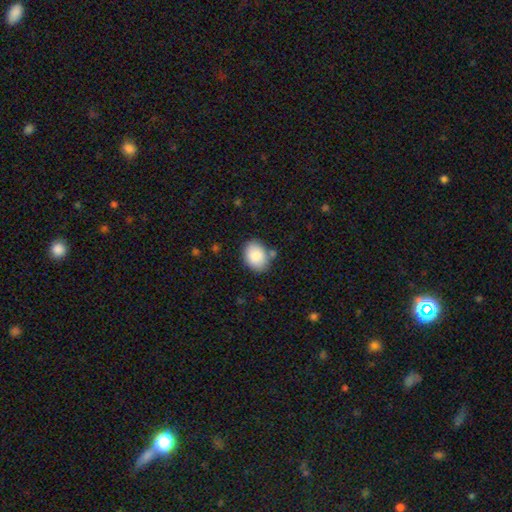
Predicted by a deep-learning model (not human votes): This appears to be a smooth galaxy with no disk features (86%) that is in between round and cigar-shaped (71%). Merging: none (77%).